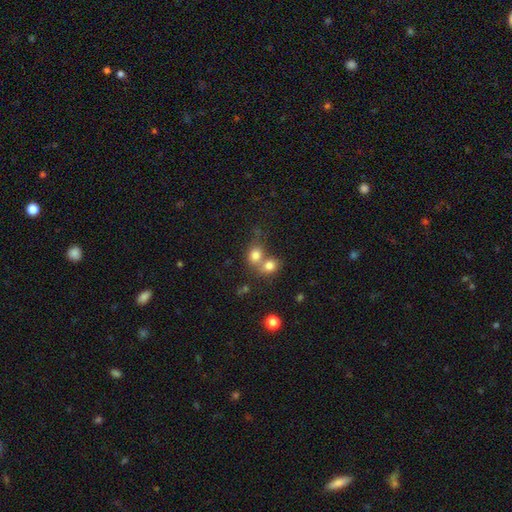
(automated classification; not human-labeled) Overall: smooth (78%). How rounded: round (62%; in between 37%). Merging: merger (56%; none 33%).